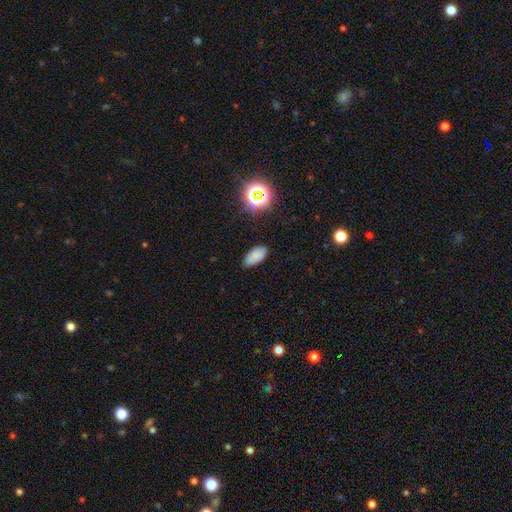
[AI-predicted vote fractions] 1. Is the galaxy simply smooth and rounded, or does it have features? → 80% smooth, 13% star or artifact, 7% featured or disk.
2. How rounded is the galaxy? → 91% in between, 5% cigar-shaped, 3% round.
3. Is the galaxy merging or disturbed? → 84% none, 12% minor disturbance, 3% major disturbance, 1% merger.